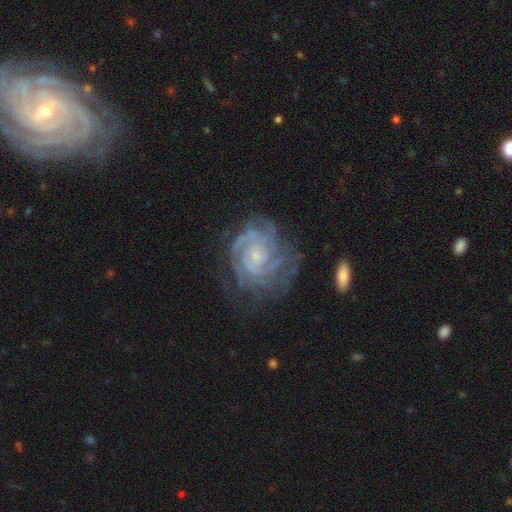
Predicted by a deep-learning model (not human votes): smooth_or_featured: featured or disk (p=0.89) [alt: star or artifact p=0.06]
disk_edge_on: no (p=0.98) [alt: yes p=0.02]
bar: no (p=0.69) [alt: weak p=0.24]
has_spiral_arms: yes (p=0.98) [alt: no p=0.02]
spiral_winding: tight (p=0.76) [alt: medium p=0.20]
spiral_arm_count: 3 (p=0.23) [tied with: can't tell p=0.23]
bulge_size: small (p=0.79) [alt: moderate p=0.14]
merging: none (p=0.69) [alt: minor disturbance p=0.19]